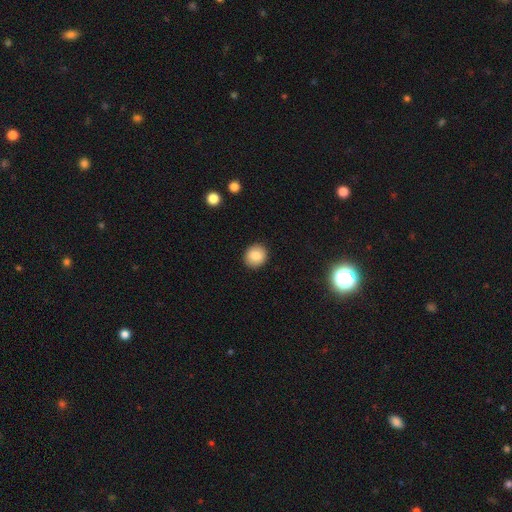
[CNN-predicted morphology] The model was most divided on "how rounded": round: 83%, in between: 16%, cigar-shaped: 1%. More confident: merging — none (91%); smooth or featured — smooth (85%).